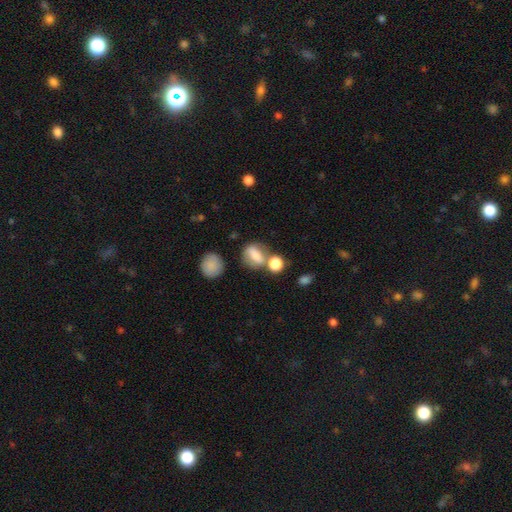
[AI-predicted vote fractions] Smooth or featured?
  - smooth: 72% *
  - featured or disk: 16%
  - star or artifact: 11%
How rounded?
  - in between: 61% *
  - round: 34%
  - cigar-shaped: 5%
Merging?
  - none: 50% *
  - merger: 27%
  - minor disturbance: 15%
  - major disturbance: 8%